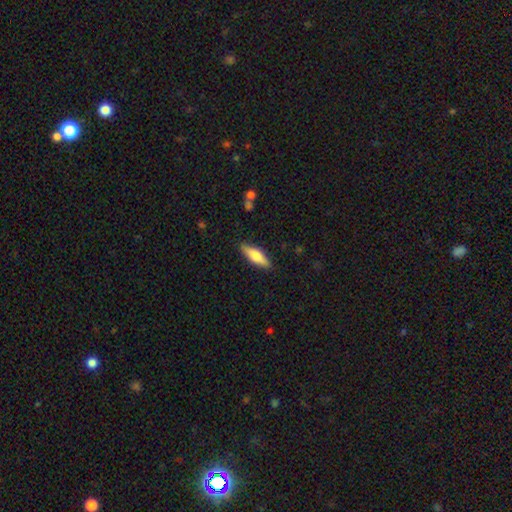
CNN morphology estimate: smooth 65%, featured or disk 29%, star or artifact 6%. Down the decision tree: how rounded — in between (52%); merging — none (87%).